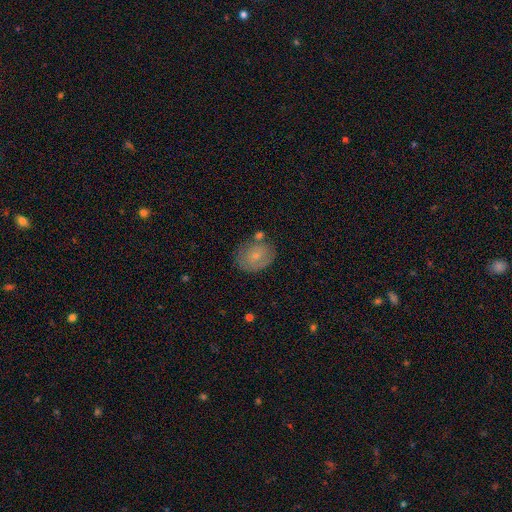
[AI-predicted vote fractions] The model was most divided on "how rounded": in between: 53%, round: 46%, cigar-shaped: 1%. More confident: merging — none (61%); smooth or featured — smooth (61%).